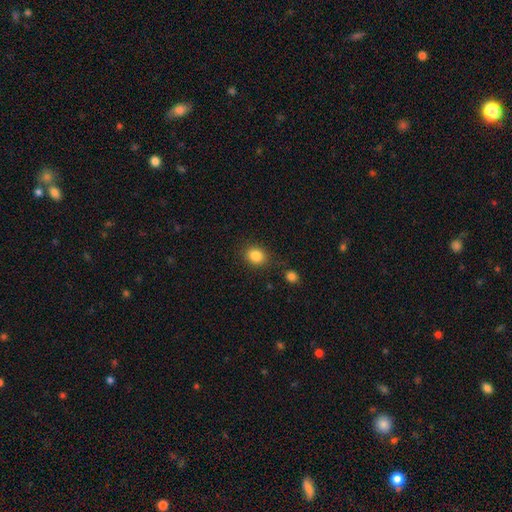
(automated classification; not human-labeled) Smooth or featured: smooth — 85% (star or artifact — 10%)
How rounded: round — 61% (in between — 38%)
Merging: none — 80% (minor disturbance — 11%)